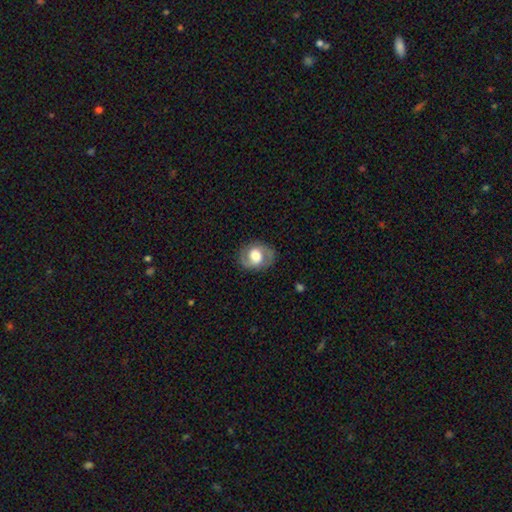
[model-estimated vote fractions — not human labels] Q: Smooth or featured?
A: featured or disk (54%); runner-up: smooth (39%)
Q: Edge-on disk?
A: no (96%); runner-up: yes (4%)
Q: Bar?
A: no (54%); runner-up: weak (34%)
Q: Spiral arms?
A: yes (71%); runner-up: no (29%)
Q: Bulge size?
A: large (49%); runner-up: moderate (37%)
Q: Merging?
A: none (79%); runner-up: minor disturbance (14%)